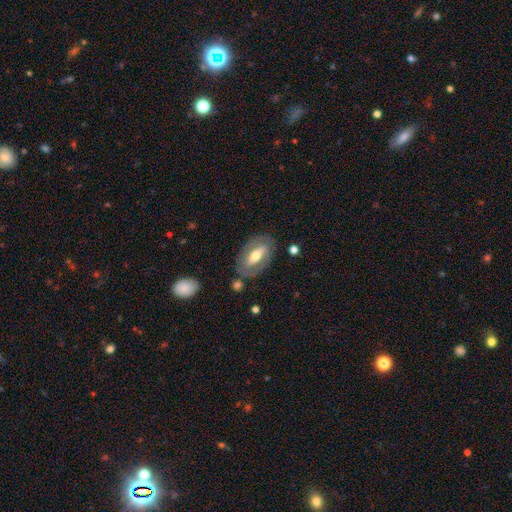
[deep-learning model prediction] smooth-or-featured: featured or disk: 55% | smooth: 39% | star or artifact: 6%
  disk-edge-on: no: 85% | yes: 15%
  merging: none: 77% | minor disturbance: 14% | major disturbance: 6% | merger: 3%